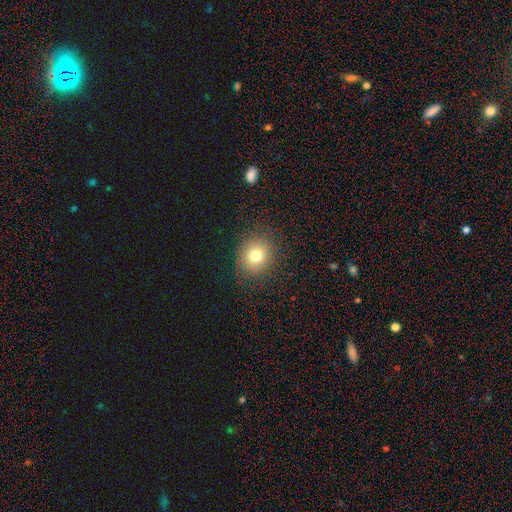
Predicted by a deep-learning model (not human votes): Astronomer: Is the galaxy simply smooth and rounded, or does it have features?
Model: smooth — 76%.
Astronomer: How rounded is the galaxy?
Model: round — 80%.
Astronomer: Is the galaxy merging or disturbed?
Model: none — 88%.